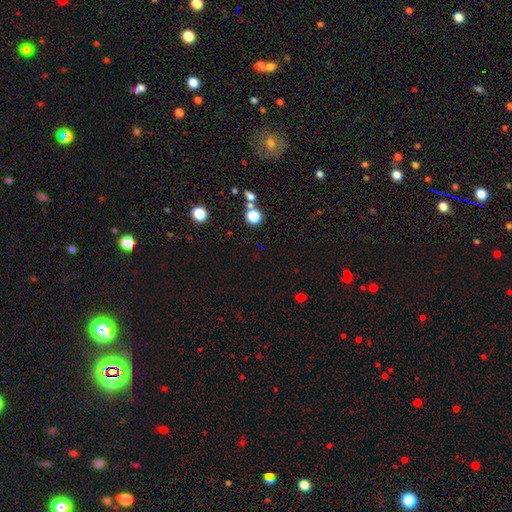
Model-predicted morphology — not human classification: smooth-or-featured: star or artifact: 50% | smooth: 42% | featured or disk: 8%